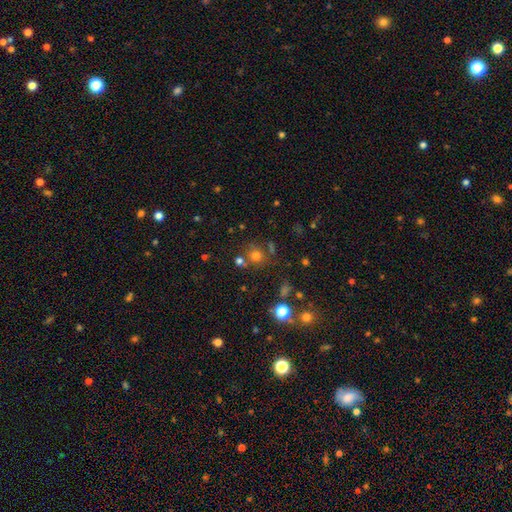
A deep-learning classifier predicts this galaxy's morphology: Smooth or featured? Predicted: smooth (p=0.69). How rounded? Predicted: round (p=0.86). Merging? Predicted: none (p=0.68).